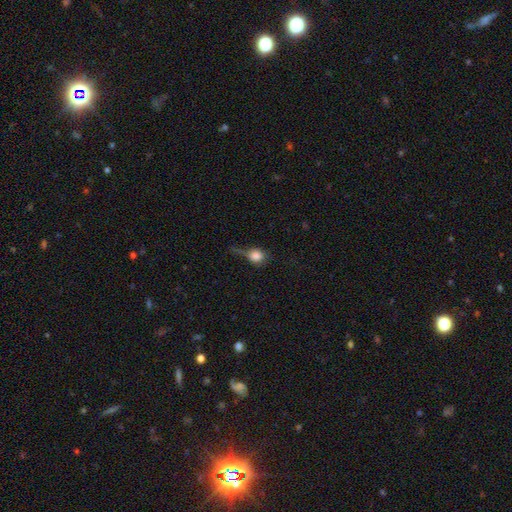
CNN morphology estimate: Smooth or featured: smooth — 77% (featured or disk — 12%)
How rounded: round — 73% (in between — 24%)
Merging: none — 38% (minor disturbance — 31%)